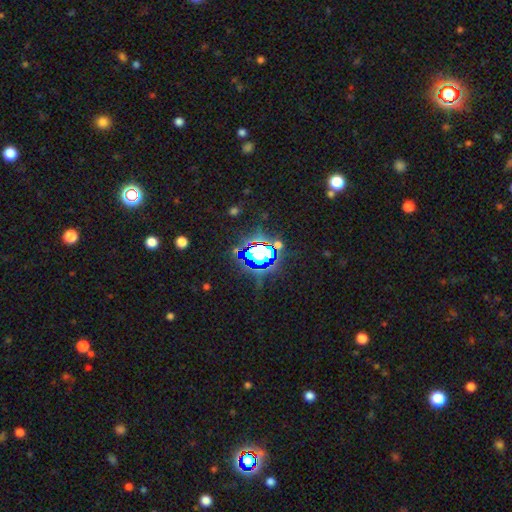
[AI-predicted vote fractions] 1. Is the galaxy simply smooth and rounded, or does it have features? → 80% star or artifact, 12% smooth, 8% featured or disk.